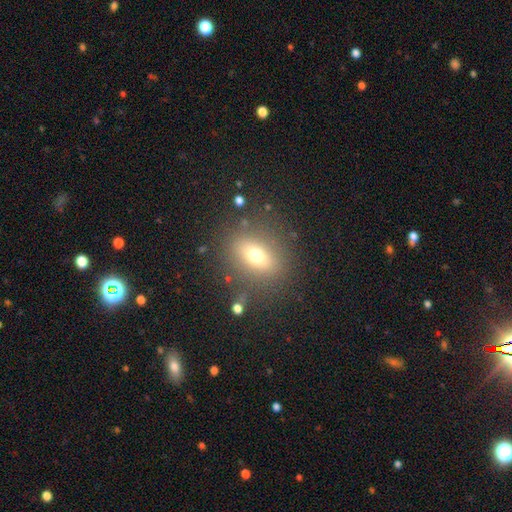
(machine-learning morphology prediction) Overall: smooth (66%). How rounded: in between (59%; round 37%). Merging: none (80%).